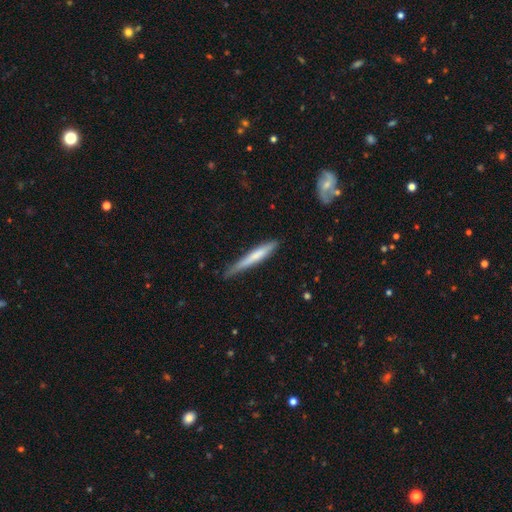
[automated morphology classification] Smooth or featured: smooth — 62% (featured or disk — 33%)
How rounded: cigar-shaped — 95% (in between — 4%)
Merging: none — 67% (minor disturbance — 27%)